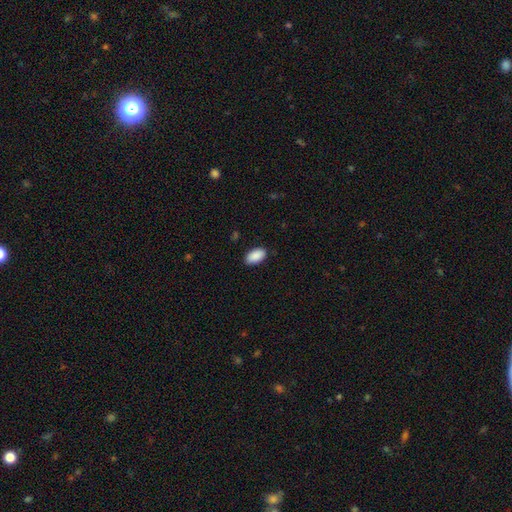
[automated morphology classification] This appears to be a smooth galaxy with no disk features (91%) that is in between round and cigar-shaped (95%). Merging: none (87%).